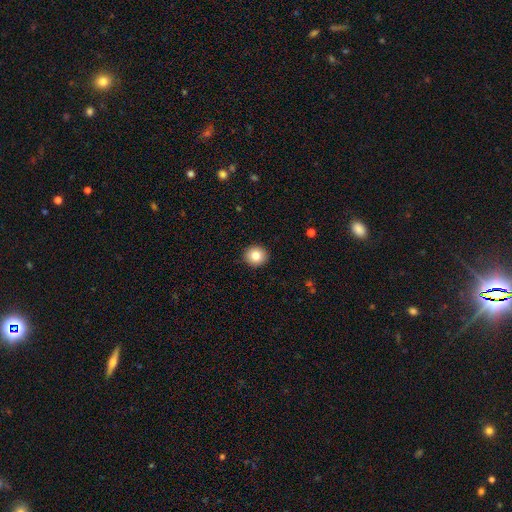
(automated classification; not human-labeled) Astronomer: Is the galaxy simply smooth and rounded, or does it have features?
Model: smooth — 83%.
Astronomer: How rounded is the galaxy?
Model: round — 90%.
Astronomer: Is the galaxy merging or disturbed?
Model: none — 92%.